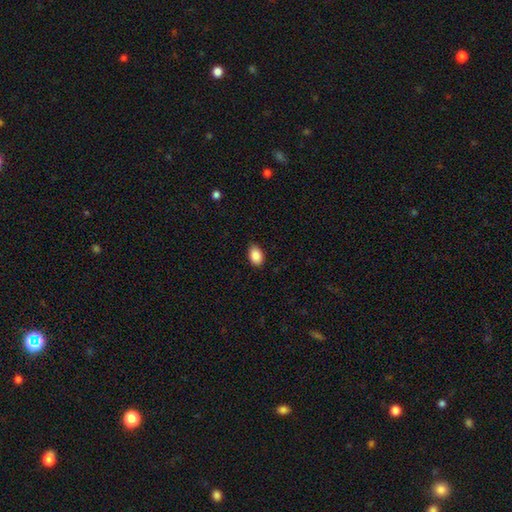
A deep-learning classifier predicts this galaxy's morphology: This appears to be a smooth galaxy with no disk features (88%) that is in between round and cigar-shaped (85%). Merging: none (84%).